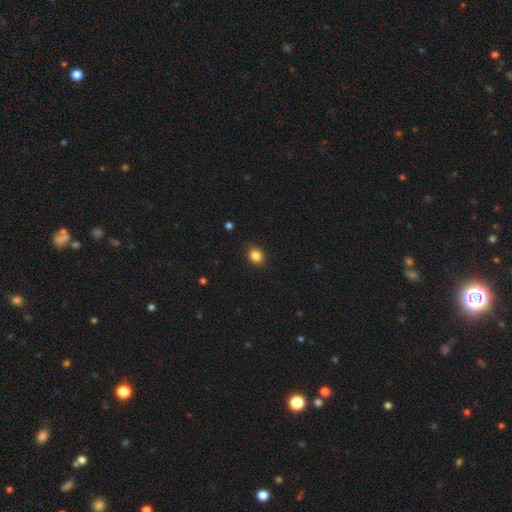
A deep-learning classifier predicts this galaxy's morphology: type=smooth (85%); roundness=round (55%); merging=none (89%).